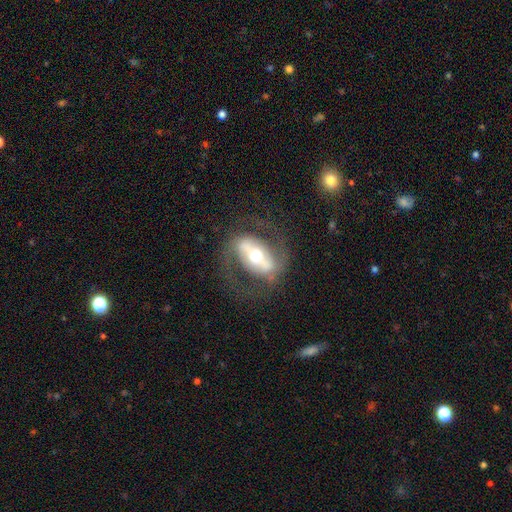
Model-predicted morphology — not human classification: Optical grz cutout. It shows a featured or disk galaxy (77%) with a strong bar (60%), spiral arms (68%) and a moderate central bulge (70%). Merging: none (70%).